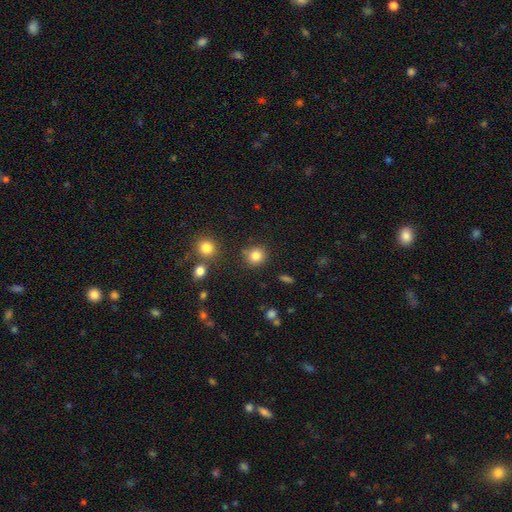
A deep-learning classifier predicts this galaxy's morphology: Smooth or featured?
  - smooth: 83% *
  - star or artifact: 12%
  - featured or disk: 6%
How rounded?
  - round: 88% *
  - in between: 11%
  - cigar-shaped: 1%
Merging?
  - none: 82% *
  - minor disturbance: 10%
  - merger: 5%
  - major disturbance: 3%